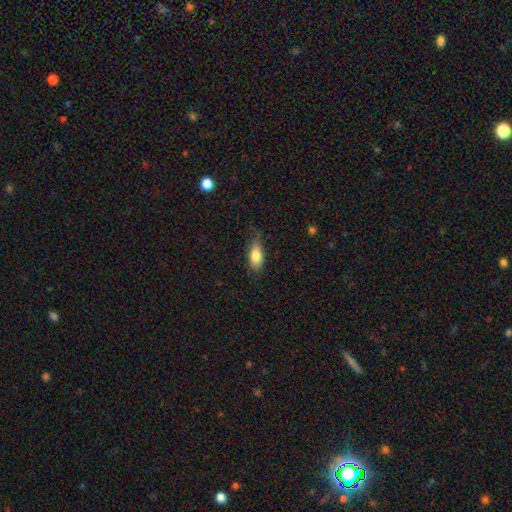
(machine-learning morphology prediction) Q: Smooth or featured?
A: smooth (80%); runner-up: featured or disk (12%)
Q: How rounded?
A: in between (83%); runner-up: cigar-shaped (13%)
Q: Merging?
A: none (68%); runner-up: minor disturbance (25%)